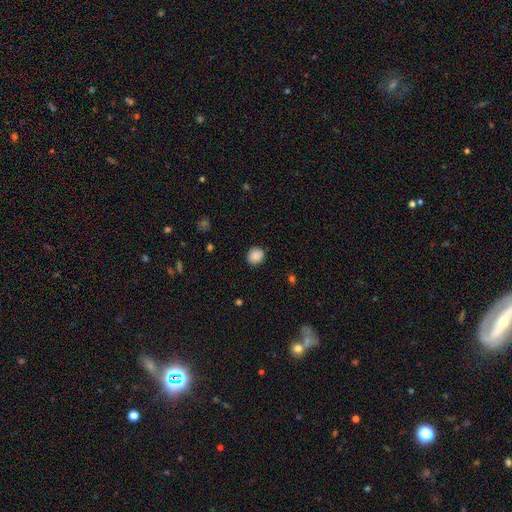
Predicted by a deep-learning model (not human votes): Smooth or featured? smooth (87%)
How rounded? round (84%)
Merging? none (88%)